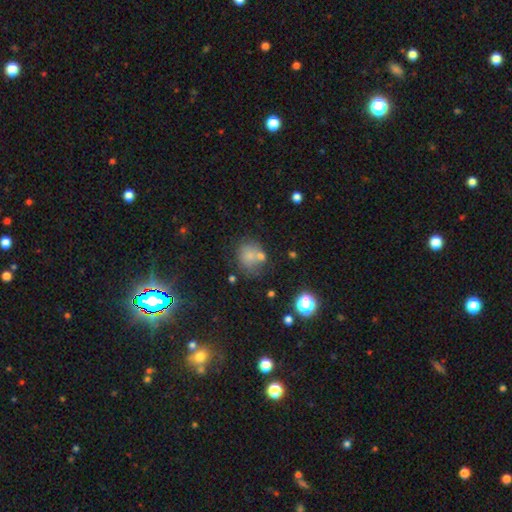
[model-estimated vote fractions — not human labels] A smooth galaxy with no disk features (69%) that is round (76%).

Vote fractions:
- Smooth or featured? smooth: 69% / star or artifact: 17% / featured or disk: 14%
- How rounded? round: 76% / in between: 23% / cigar-shaped: 1%
- Merging? none: 54% / merger: 20% / minor disturbance: 17% / major disturbance: 8%